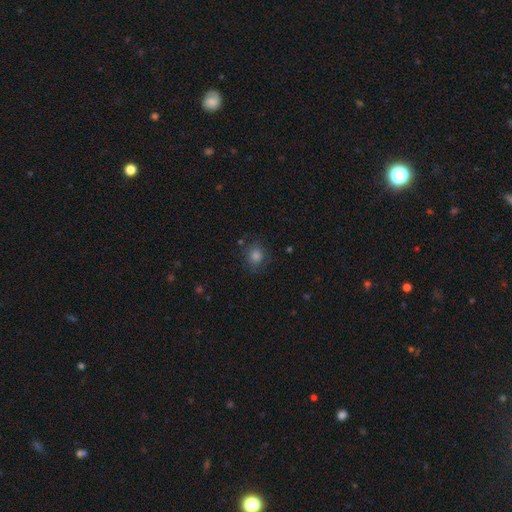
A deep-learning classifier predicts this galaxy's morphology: A smooth galaxy with no disk features (73%) that is round (78%). Merging: none (80%).